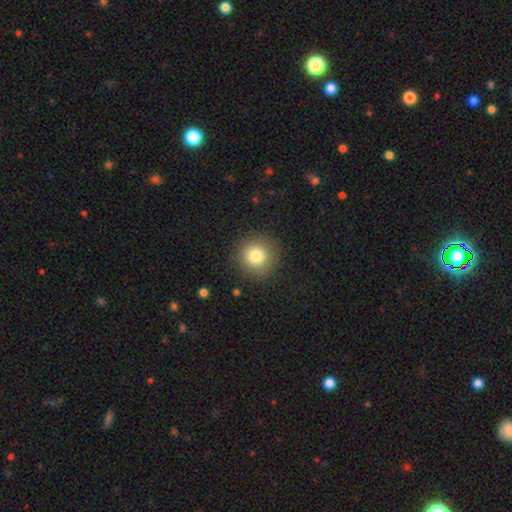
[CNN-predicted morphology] This appears to be a smooth galaxy with no disk features (81%) that is round (94%). Merging: none (89%).